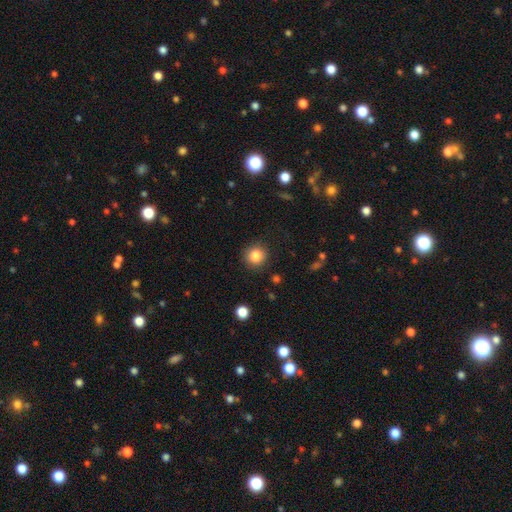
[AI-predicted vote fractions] Q: Smooth or featured?
A: smooth (84%); runner-up: star or artifact (10%)
Q: How rounded?
A: round (92%); runner-up: in between (7%)
Q: Merging?
A: none (89%); runner-up: minor disturbance (7%)